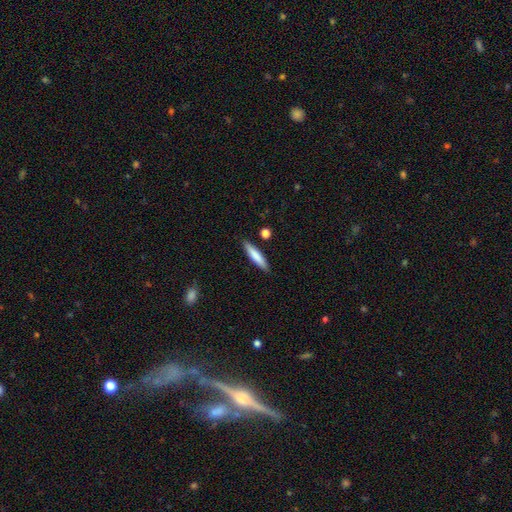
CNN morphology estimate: The model was most divided on "smooth or featured": smooth: 78%, featured or disk: 16%, star or artifact: 6%. More confident: merging — none (87%); how rounded — cigar-shaped (86%).